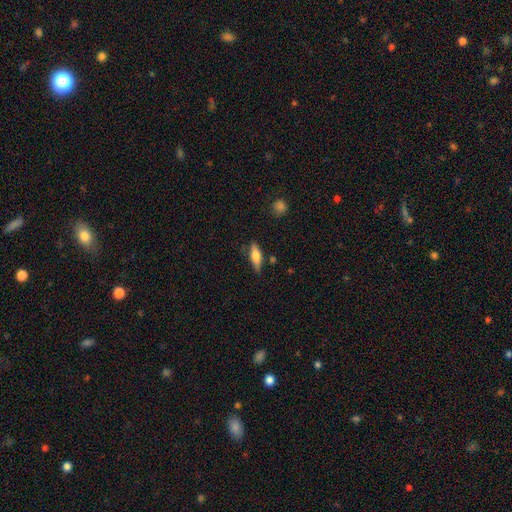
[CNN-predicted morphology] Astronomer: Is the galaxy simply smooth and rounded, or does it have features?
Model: smooth — 57% (runner-up: featured or disk, 36%).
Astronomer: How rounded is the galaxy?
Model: cigar-shaped — 52% (runner-up: in between, 45%).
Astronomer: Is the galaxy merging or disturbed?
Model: none — 76%.